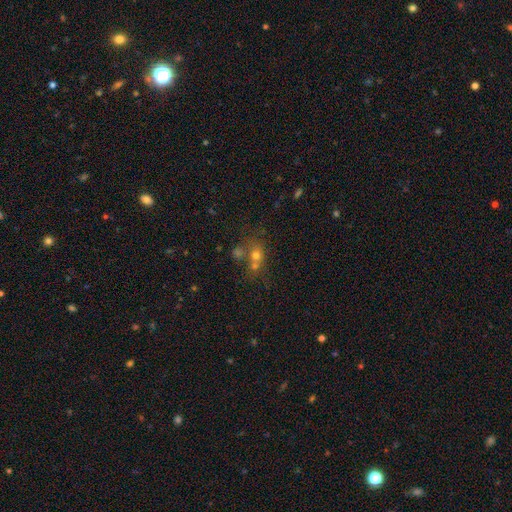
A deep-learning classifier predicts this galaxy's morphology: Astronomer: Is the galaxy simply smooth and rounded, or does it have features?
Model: smooth — 55%.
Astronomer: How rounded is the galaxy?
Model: round — 74%.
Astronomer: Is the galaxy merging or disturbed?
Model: merger — 46% (runner-up: none, 40%).